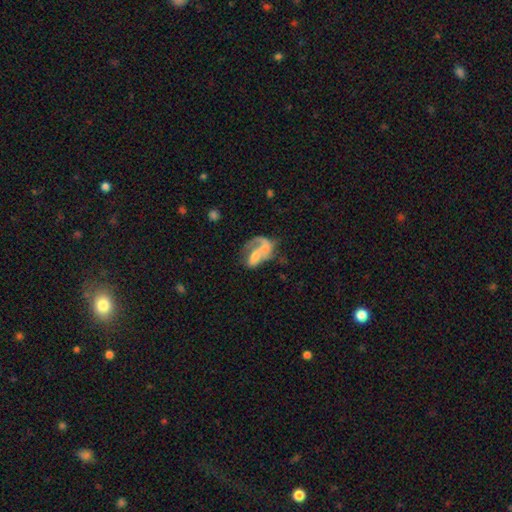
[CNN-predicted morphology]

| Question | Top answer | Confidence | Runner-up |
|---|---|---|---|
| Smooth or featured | featured or disk | 58% | smooth (33%) |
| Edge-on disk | no | 97% | yes (3%) |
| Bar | no | 68% | weak (23%) |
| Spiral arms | yes | 57% | no (43%) |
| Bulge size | moderate | 35% | none (26%) |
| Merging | merger | 44% | major disturbance (27%) |